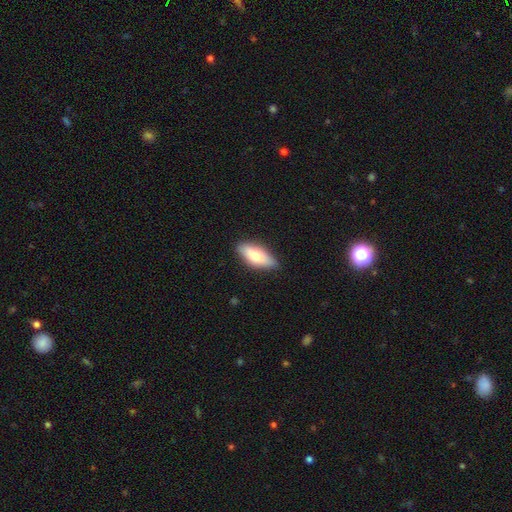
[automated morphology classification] Smooth or featured?
  - smooth: 73% *
  - featured or disk: 21%
  - star or artifact: 6%
How rounded?
  - in between: 75% *
  - cigar-shaped: 23%
  - round: 2%
Merging?
  - none: 81% *
  - minor disturbance: 15%
  - major disturbance: 3%
  - merger: 1%